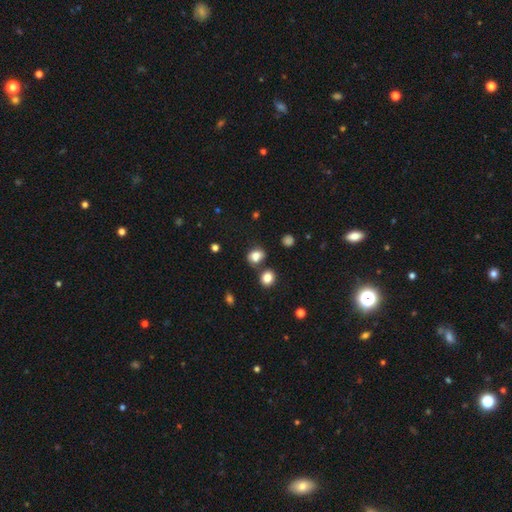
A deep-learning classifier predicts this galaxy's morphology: Q: Smooth or featured?
A: smooth (80%); runner-up: star or artifact (13%)
Q: How rounded?
A: in between (50%); runner-up: round (49%)
Q: Merging?
A: none (62%); runner-up: minor disturbance (16%)